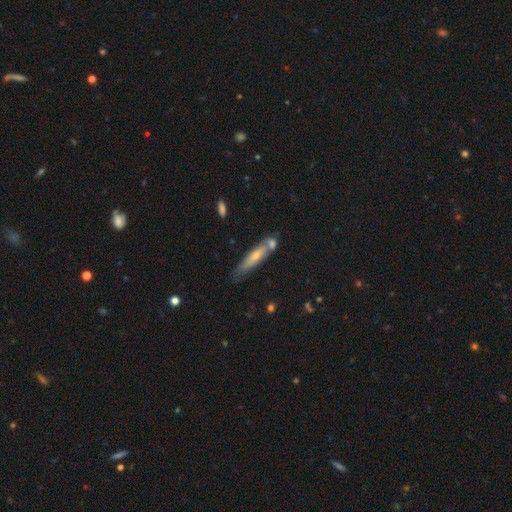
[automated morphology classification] type=smooth (55%); roundness=cigar-shaped (83%); merging=none (52%).